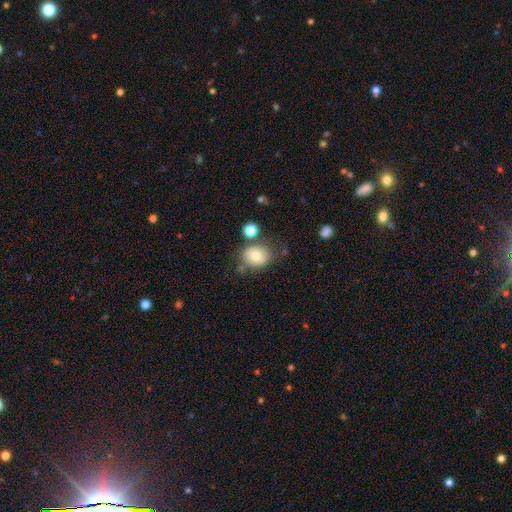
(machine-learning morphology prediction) This is likely a smooth galaxy (72%). How rounded: likely round (62%). Merging: likely none (66%).